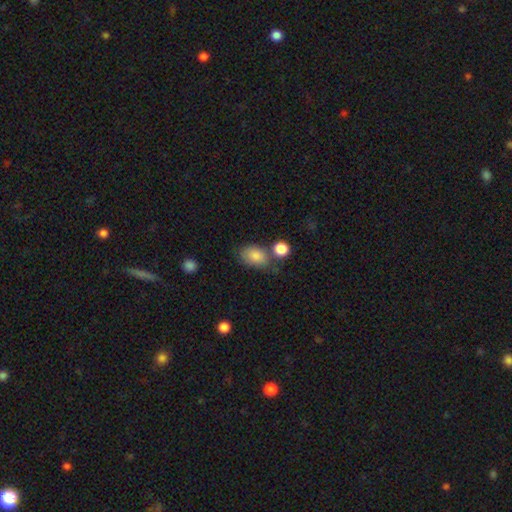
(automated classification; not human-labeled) smooth 83%, star or artifact 9%, featured or disk 8%. Down the decision tree: how rounded — in between (80%); merging — none (59%).